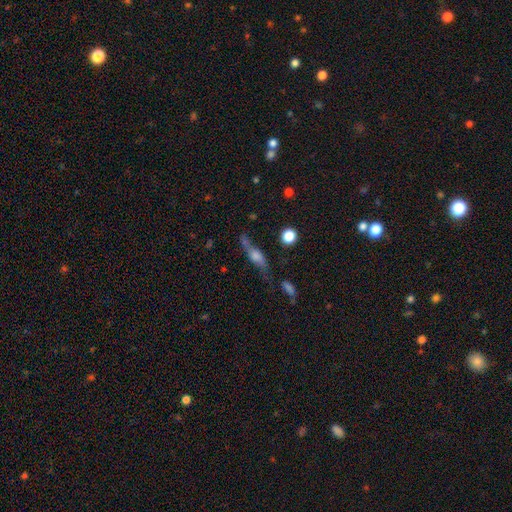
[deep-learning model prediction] This is marginally a featured or disk galaxy (45%). Merging: possibly none (47%).